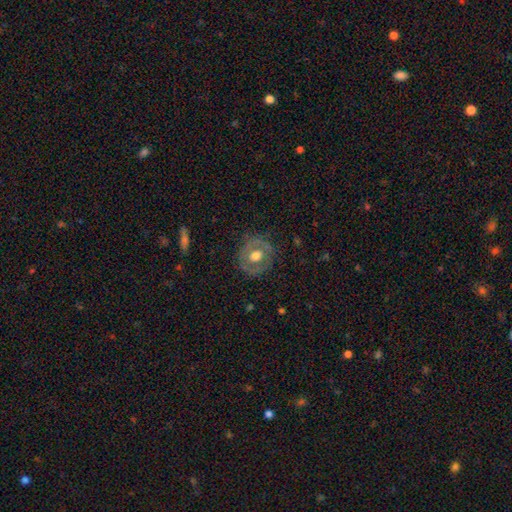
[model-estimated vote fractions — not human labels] featured or disk 48%, smooth 44%, star or artifact 8%. Down the decision tree: merging — none (77%).